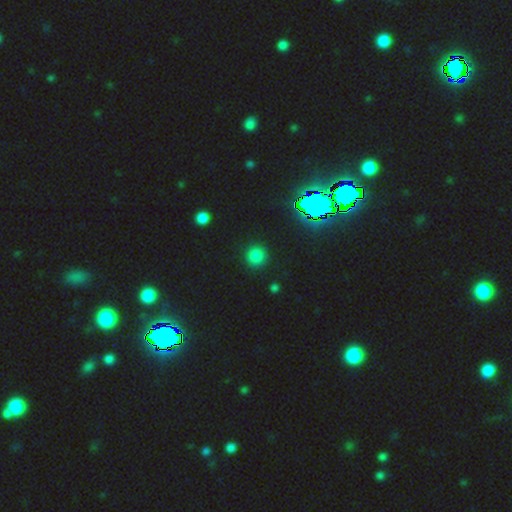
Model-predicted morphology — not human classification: smooth_or_featured: smooth (p=0.71) [alt: star or artifact p=0.24]
how_rounded: round (p=0.93) [alt: in between p=0.06]
merging: none (p=0.91) [alt: minor disturbance p=0.05]